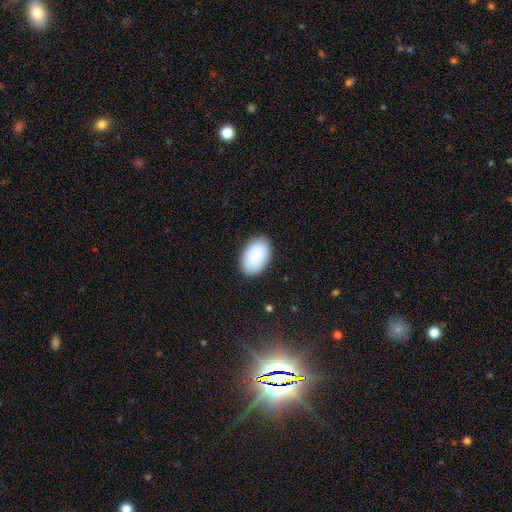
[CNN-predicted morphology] This appears to be a smooth galaxy with no disk features (87%) that is in between round and cigar-shaped (92%). Merging: none (86%).